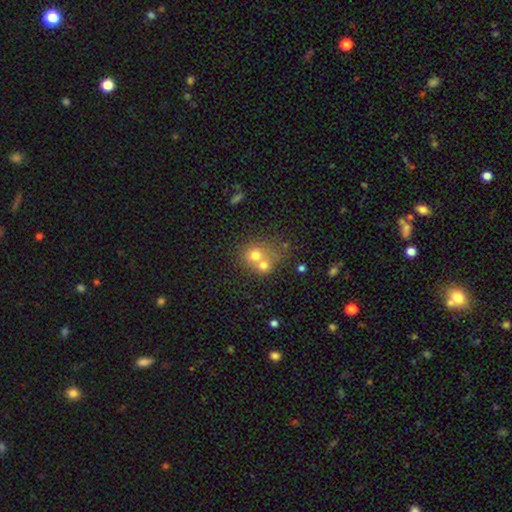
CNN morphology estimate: Smooth or featured? Predicted: smooth (p=0.67). How rounded? Predicted: round (p=0.78). Merging? Predicted: merger (p=0.59).